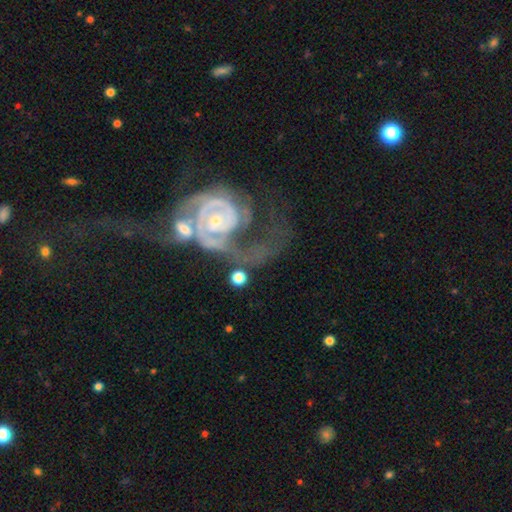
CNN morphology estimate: smooth-or-featured: featured or disk: 88% | smooth: 6% | star or artifact: 6%
  disk-edge-on: no: 97% | yes: 3%
    bar: no: 65% | weak: 26% | strong: 10%
    has-spiral-arms: yes: 94% | no: 6%
      spiral-winding: tight: 50% | medium: 34% | loose: 16%
      spiral-arm-count: 2: 63% | can't tell: 15% | 1: 9% | 3: 6% | 4: 3% | more than 4: 3%
    bulge-size: small: 66% | moderate: 29% | large: 2% | none: 2% | dominant: 1%
  merging: merger: 40% | major disturbance: 29% | none: 20% | minor disturbance: 11%